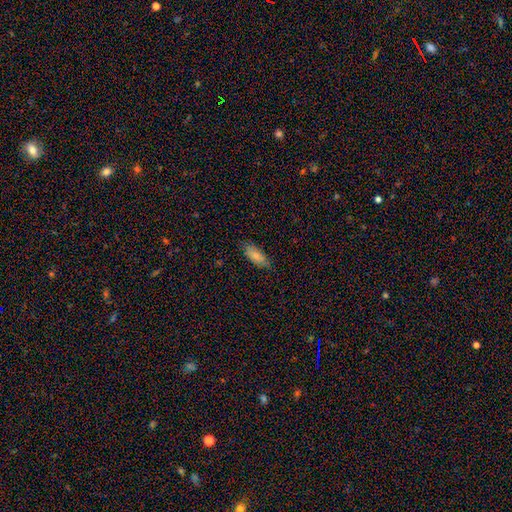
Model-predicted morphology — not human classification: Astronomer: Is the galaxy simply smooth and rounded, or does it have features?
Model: smooth — 82%.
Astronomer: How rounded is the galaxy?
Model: in between — 80%.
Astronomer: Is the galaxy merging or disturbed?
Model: none — 81%.